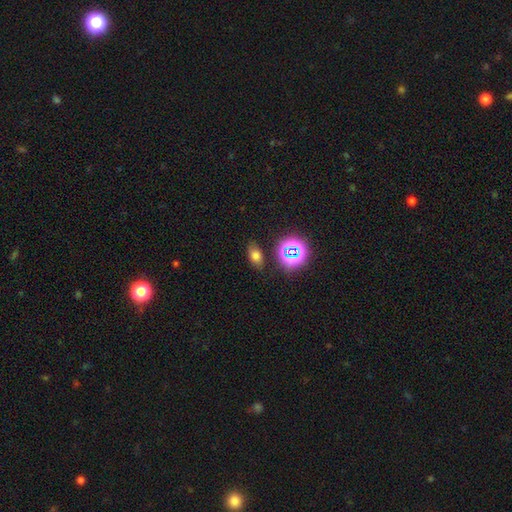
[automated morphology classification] A smooth galaxy with no disk features (66%) that is in between round and cigar-shaped (83%). Merging: none (80%).